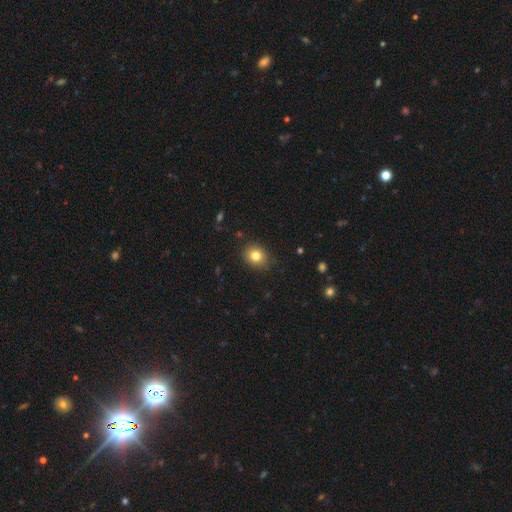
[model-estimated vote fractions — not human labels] Smooth or featured?
  - smooth: 81% *
  - star or artifact: 11%
  - featured or disk: 8%
How rounded?
  - round: 65% *
  - in between: 34%
  - cigar-shaped: 1%
Merging?
  - none: 86% *
  - minor disturbance: 11%
  - major disturbance: 2%
  - merger: 1%